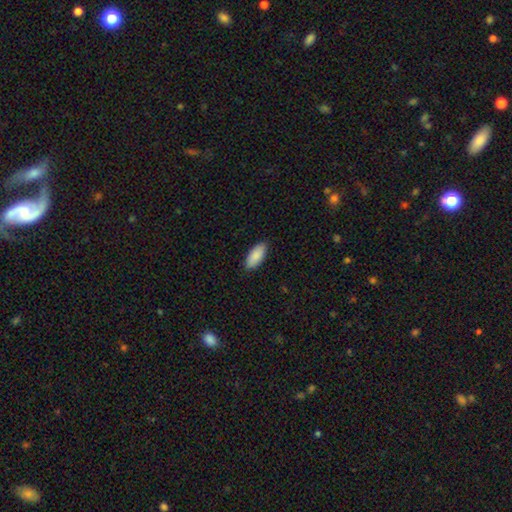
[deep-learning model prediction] Smooth or featured? smooth (89%)
How rounded? in between (88%)
Merging? none (88%)